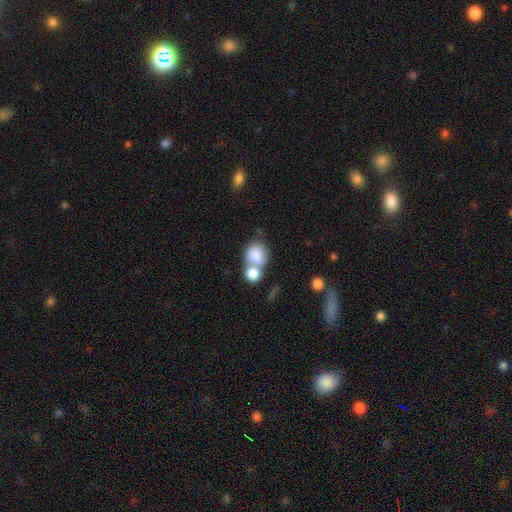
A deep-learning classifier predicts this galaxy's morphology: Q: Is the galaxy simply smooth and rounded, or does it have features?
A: smooth — 80%.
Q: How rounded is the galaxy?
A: round — 57%.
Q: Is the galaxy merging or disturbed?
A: merger — 60%.